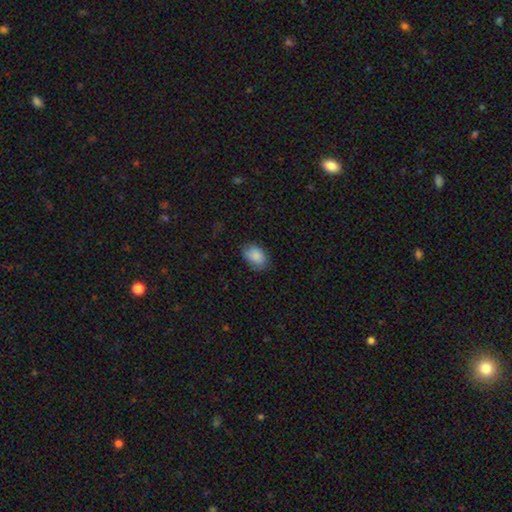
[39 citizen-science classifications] This appears to be a smooth galaxy with no disk features (79%) that is in between round and cigar-shaped (77%). Merging: none (63%).